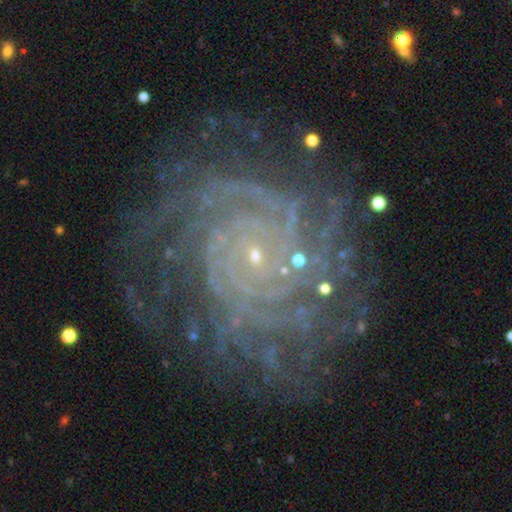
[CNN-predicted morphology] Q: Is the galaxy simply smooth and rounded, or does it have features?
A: featured or disk — 86%.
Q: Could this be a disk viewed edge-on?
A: no — 97%.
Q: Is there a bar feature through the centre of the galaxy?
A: no — 78%.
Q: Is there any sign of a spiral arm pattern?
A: yes — 97%.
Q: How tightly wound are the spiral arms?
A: tight — 79%.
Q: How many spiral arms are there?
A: more than 4 — 27%.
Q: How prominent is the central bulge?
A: small — 88%.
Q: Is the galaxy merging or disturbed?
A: none — 73%.